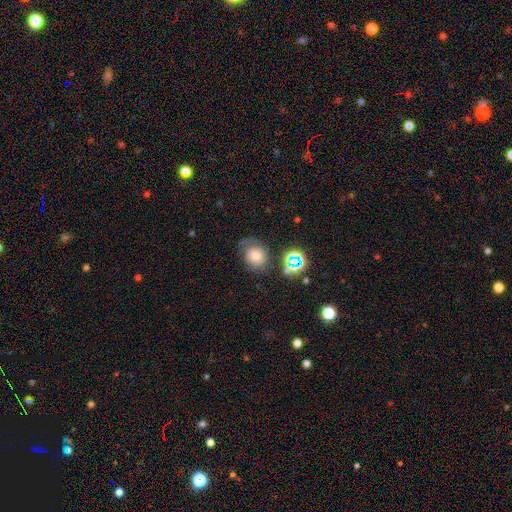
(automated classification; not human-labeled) smooth_or_featured: smooth (p=0.51) [alt: featured or disk p=0.32]
how_rounded: round (p=0.60) [alt: in between p=0.39]
merging: none (p=0.50) [alt: minor disturbance p=0.27]